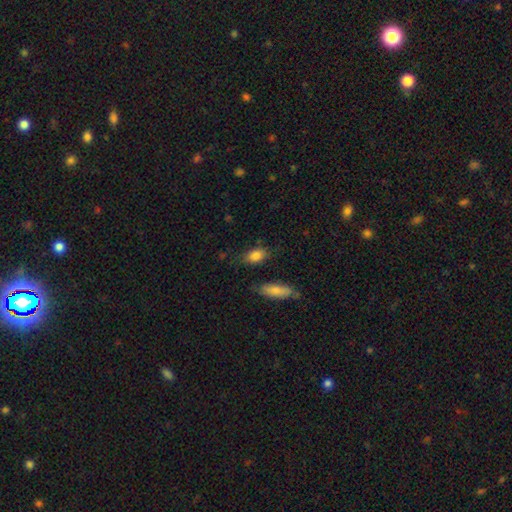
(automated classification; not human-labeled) Smooth or featured? smooth (84%)
How rounded? in between (84%)
Merging? none (72%)